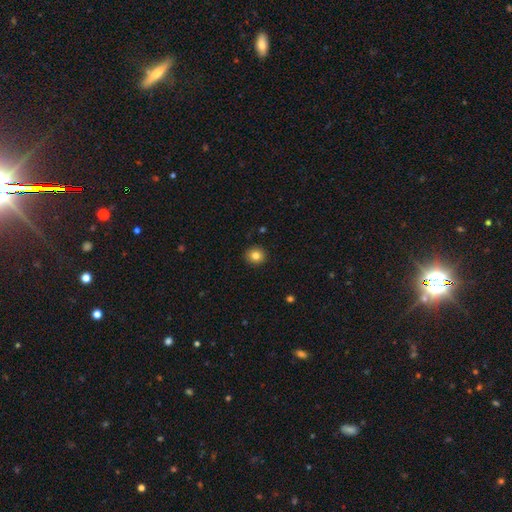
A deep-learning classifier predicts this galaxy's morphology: Smooth or featured: smooth — 82% (star or artifact — 11%)
How rounded: round — 91% (in between — 8%)
Merging: none — 92% (minor disturbance — 6%)